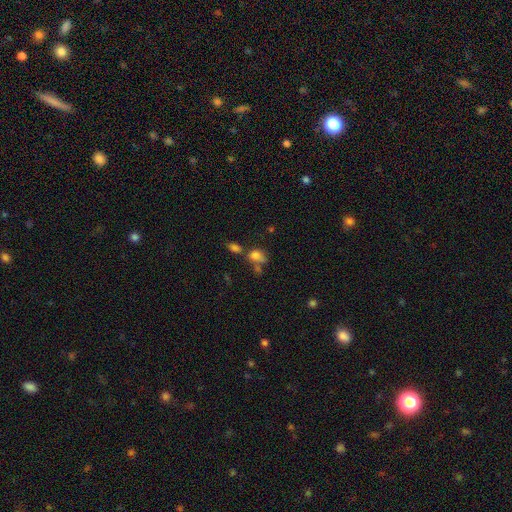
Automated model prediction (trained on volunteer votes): Morphology: type=smooth (76%); roundness=in between (68%); merging=none (40%).